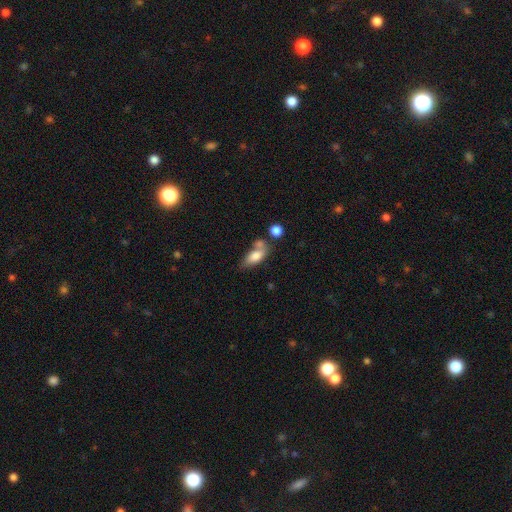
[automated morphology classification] smooth_or_featured: smooth (p=0.75) [alt: featured or disk p=0.17]
how_rounded: in between (p=0.80) [alt: cigar-shaped p=0.15]
merging: none (p=0.43) [alt: merger p=0.30]